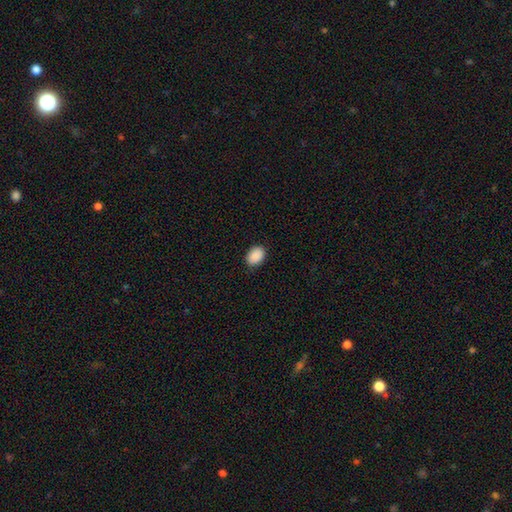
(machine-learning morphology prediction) A smooth galaxy with no disk features (90%) that is in between round and cigar-shaped (76%). Merging: none (87%).